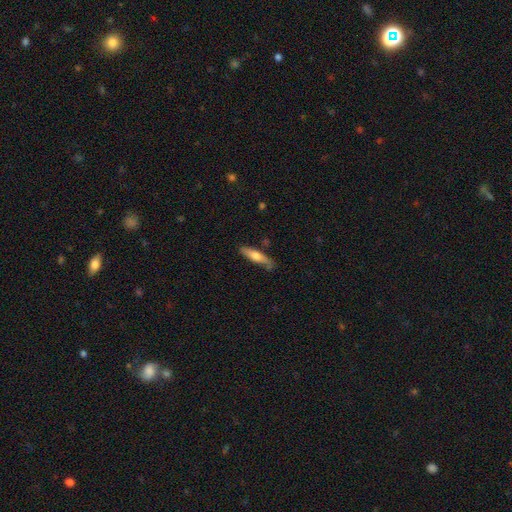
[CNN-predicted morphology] A smooth galaxy with no disk features (61%) that is cigar-shaped (77%). Merging: none (72%).